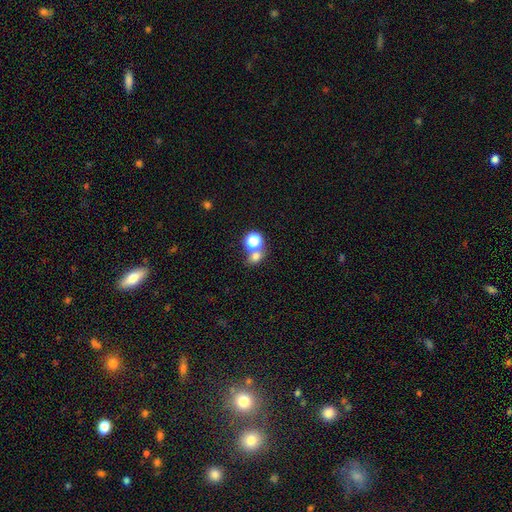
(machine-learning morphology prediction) Overall: smooth (70%). How rounded: round (60%; in between 38%). Merging: none (48%; merger 40%).